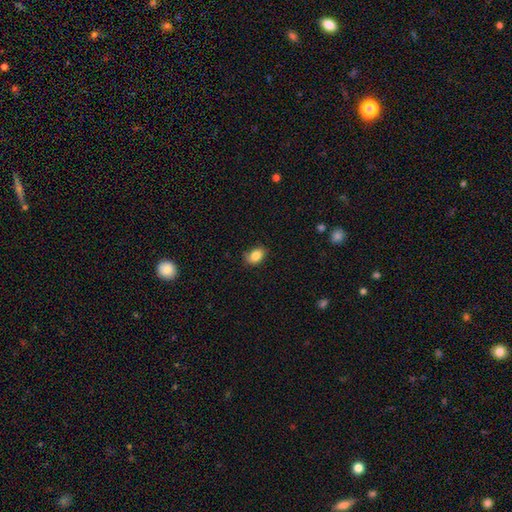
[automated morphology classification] A smooth galaxy with no disk features (84%) that is in between round and cigar-shaped (78%). Merging: none (76%).